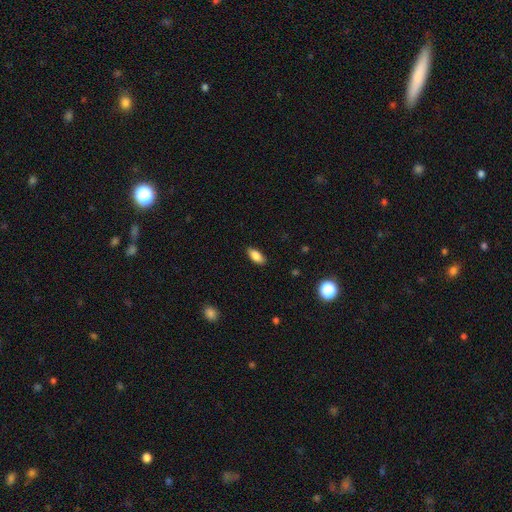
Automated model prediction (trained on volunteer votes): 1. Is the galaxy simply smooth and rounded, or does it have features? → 84% smooth, 8% featured or disk, 7% star or artifact.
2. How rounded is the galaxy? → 86% in between, 11% cigar-shaped, 3% round.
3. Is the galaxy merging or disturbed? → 87% none, 10% minor disturbance, 2% major disturbance, 1% merger.